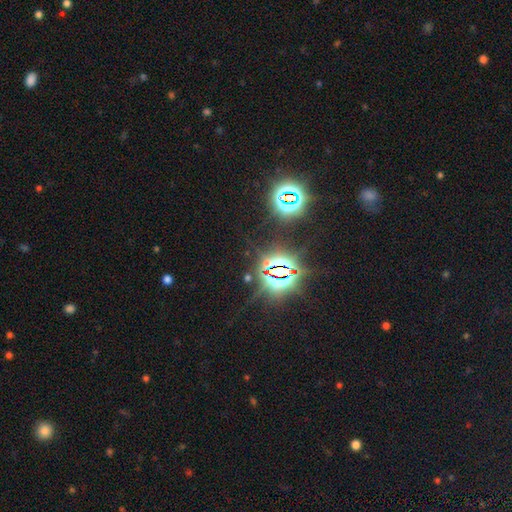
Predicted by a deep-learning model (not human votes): Smooth or featured?
  - star or artifact: 84% *
  - smooth: 10%
  - featured or disk: 6%